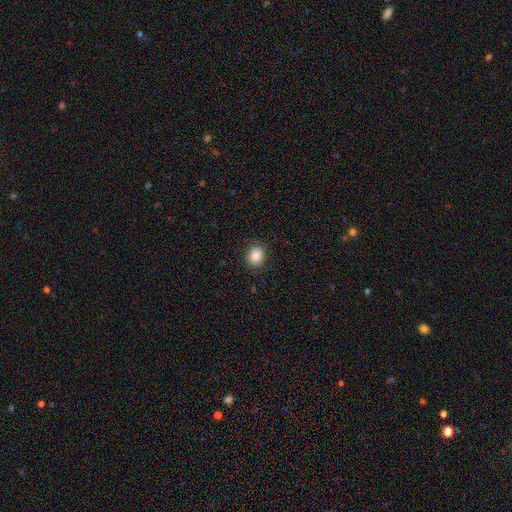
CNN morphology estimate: This is clearly a smooth galaxy (86%). How rounded: likely round (69%). Merging: clearly none (88%).